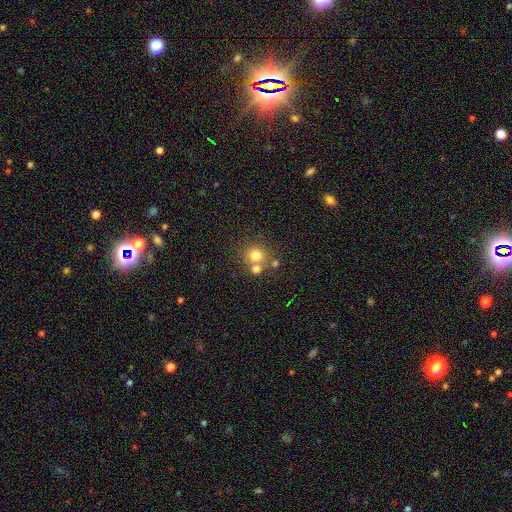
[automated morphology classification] Smooth or featured? Predicted: smooth (p=0.74). How rounded? Predicted: round (p=0.88). Merging? Predicted: none (p=0.57).